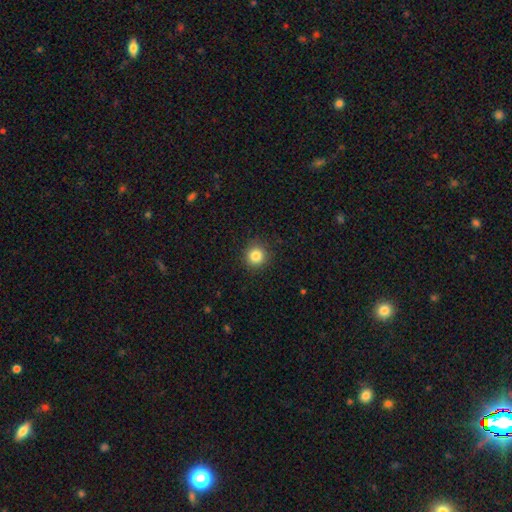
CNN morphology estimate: A smooth galaxy with no disk features (84%) that is round (94%). Merging: none (91%).